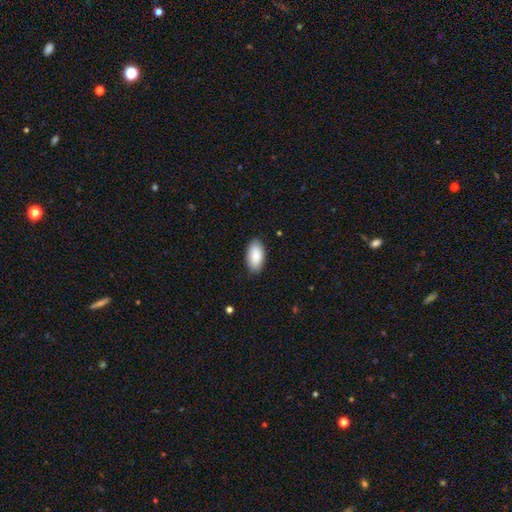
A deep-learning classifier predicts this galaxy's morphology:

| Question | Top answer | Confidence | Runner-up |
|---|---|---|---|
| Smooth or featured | smooth | 89% | star or artifact (6%) |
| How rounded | in between | 95% | cigar-shaped (3%) |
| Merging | none | 85% | minor disturbance (11%) |